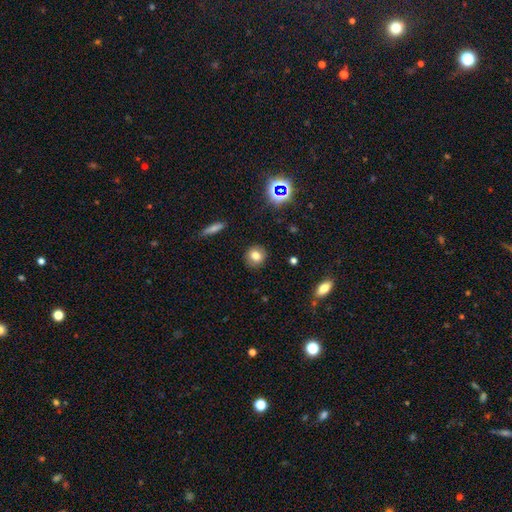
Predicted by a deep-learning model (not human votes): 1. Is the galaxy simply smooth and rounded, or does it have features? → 76% smooth, 14% star or artifact, 10% featured or disk.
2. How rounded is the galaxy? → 86% round, 13% in between, 1% cigar-shaped.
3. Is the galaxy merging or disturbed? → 90% none, 7% minor disturbance, 2% major disturbance, 1% merger.